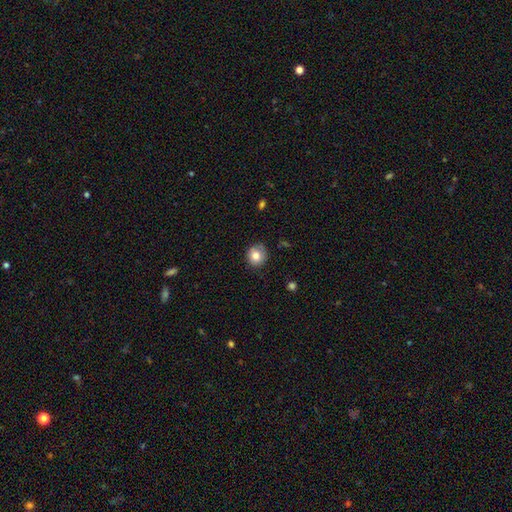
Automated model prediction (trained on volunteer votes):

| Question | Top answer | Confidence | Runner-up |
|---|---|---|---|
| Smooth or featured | smooth | 80% | featured or disk (11%) |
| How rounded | round | 82% | in between (17%) |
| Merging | none | 75% | minor disturbance (19%) |